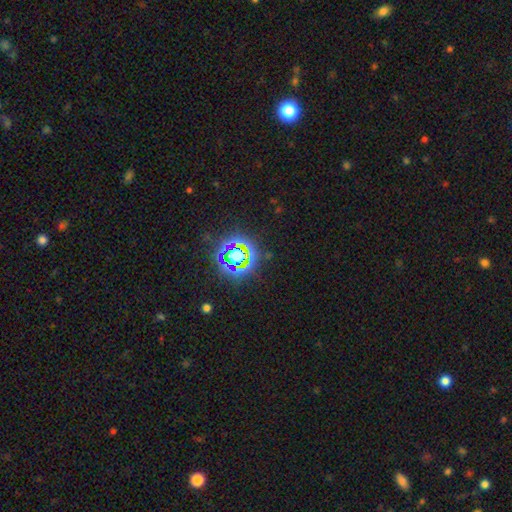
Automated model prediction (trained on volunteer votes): Smooth or featured: star or artifact — 80% (smooth — 12%)